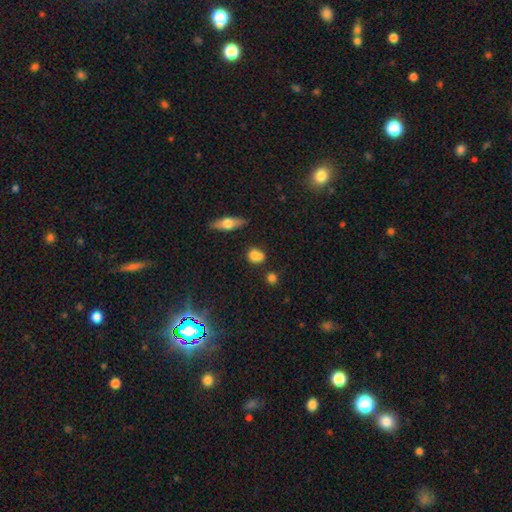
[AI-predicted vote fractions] Smooth or featured? Predicted: smooth (p=0.74). How rounded? Predicted: round (p=0.63). Merging? Predicted: none (p=0.52).